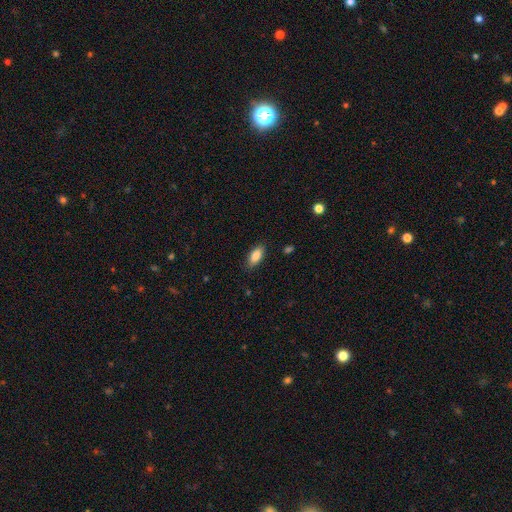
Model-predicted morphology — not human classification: Smooth or featured: smooth — 86% (featured or disk — 7%)
How rounded: in between — 87% (cigar-shaped — 10%)
Merging: none — 86% (minor disturbance — 10%)